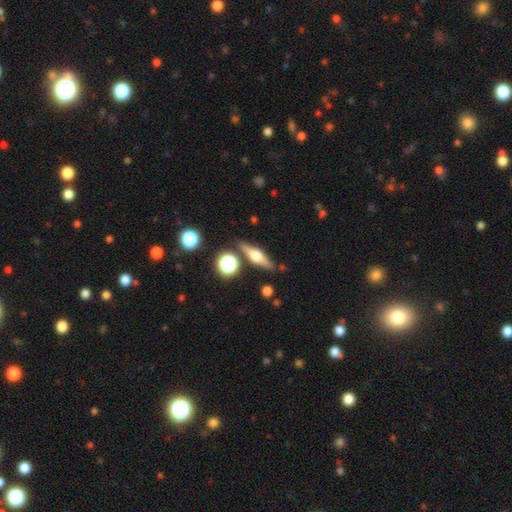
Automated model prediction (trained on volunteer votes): Smooth or featured? Predicted: featured or disk (p=0.60). Edge-on disk? Predicted: yes (p=0.94). Edge-on bulge? Predicted: rounded (p=0.93). Merging? Predicted: none (p=0.82).